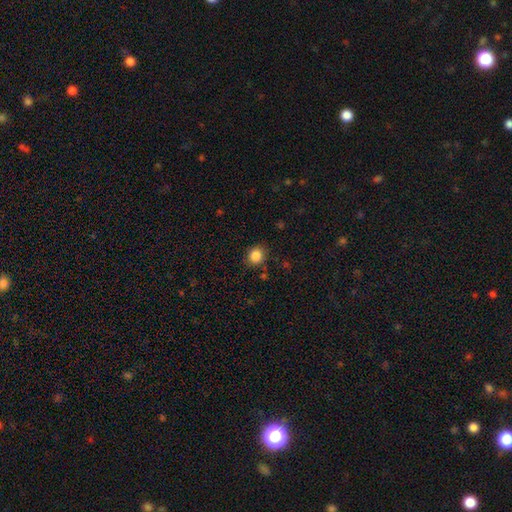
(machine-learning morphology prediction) This is clearly a smooth galaxy (86%). How rounded: clearly round (81%). Merging: clearly none (84%).